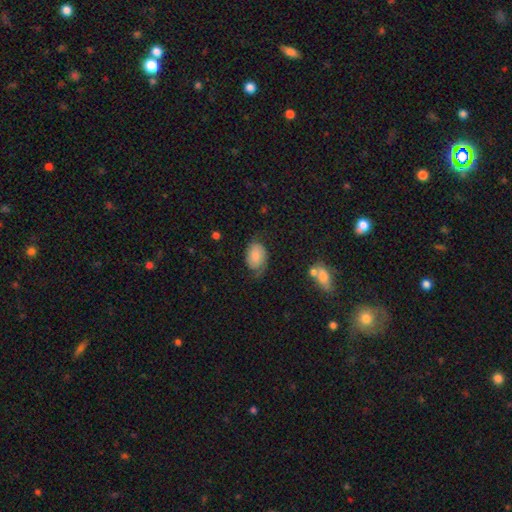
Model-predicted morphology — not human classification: smooth 69%, featured or disk 22%, star or artifact 9%. Down the decision tree: how rounded — in between (85%); merging — none (51%).